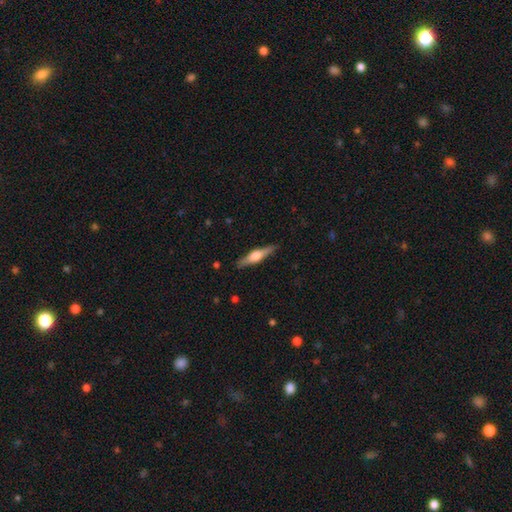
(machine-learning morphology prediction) This appears to be a featured or disk galaxy (63%) viewed edge-on (97%) with a rounded central bulge (90%). Merging: none (90%).